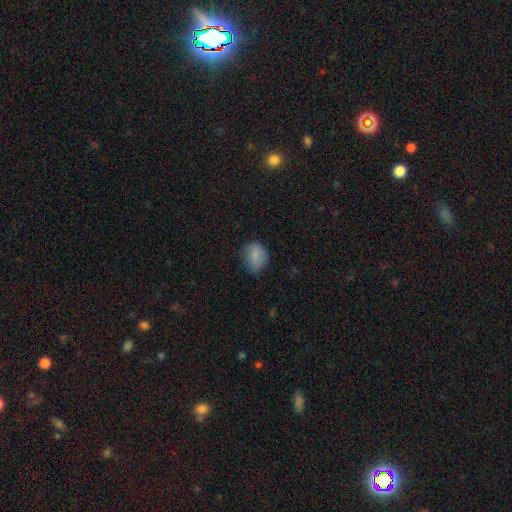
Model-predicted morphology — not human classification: A smooth galaxy with no disk features (85%) that is in between round and cigar-shaped (56%). Merging: none (64%).